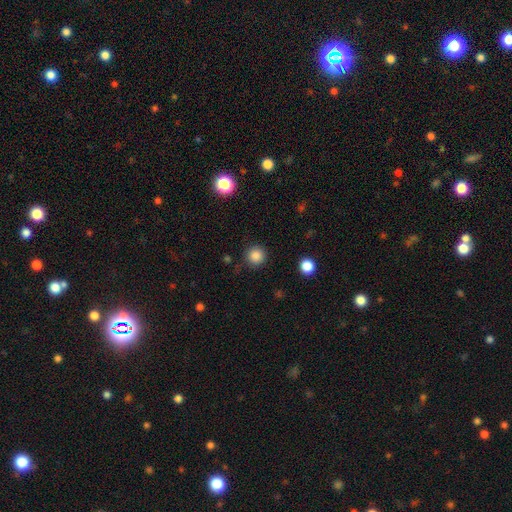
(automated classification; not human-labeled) Smooth or featured: smooth — 85% (star or artifact — 11%)
How rounded: round — 95% (in between — 4%)
Merging: none — 87% (minor disturbance — 8%)